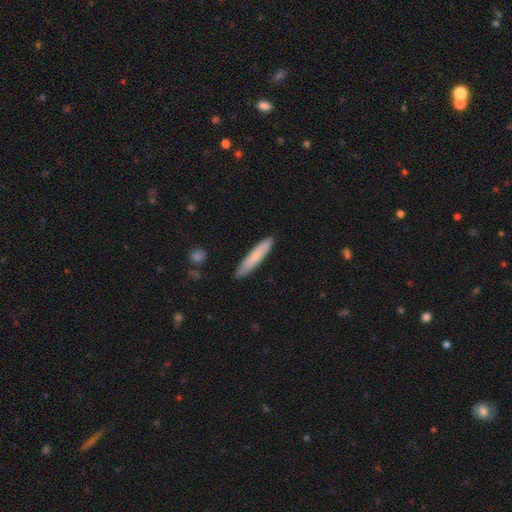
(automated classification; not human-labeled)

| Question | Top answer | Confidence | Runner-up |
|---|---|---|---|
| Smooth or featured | smooth | 74% | featured or disk (20%) |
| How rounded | cigar-shaped | 90% | in between (9%) |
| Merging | none | 88% | minor disturbance (9%) |